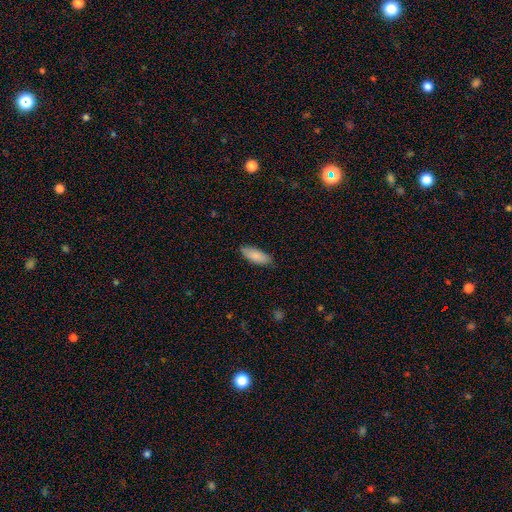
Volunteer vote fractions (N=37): This appears to be a smooth galaxy with no disk features (86%) that is in between round and cigar-shaped (78%). Merging: none (83%).